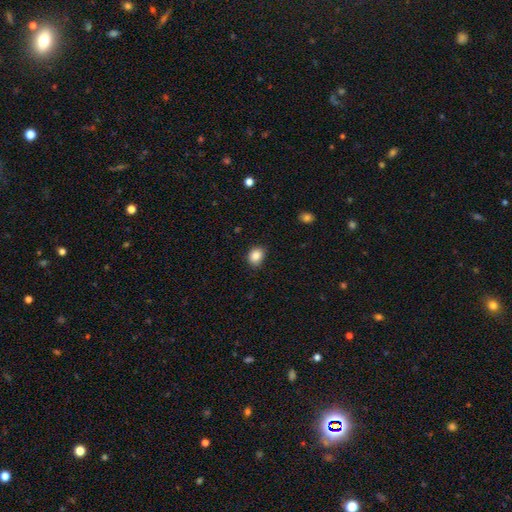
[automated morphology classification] This appears to be a smooth galaxy with no disk features (86%) that is round (58%). Merging: none (84%).